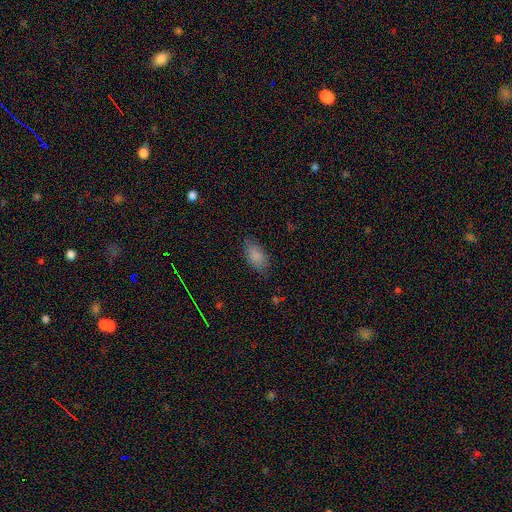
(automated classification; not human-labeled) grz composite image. It shows a smooth galaxy with no disk features (85%) that is in between round and cigar-shaped (92%). Merging: none (79%).